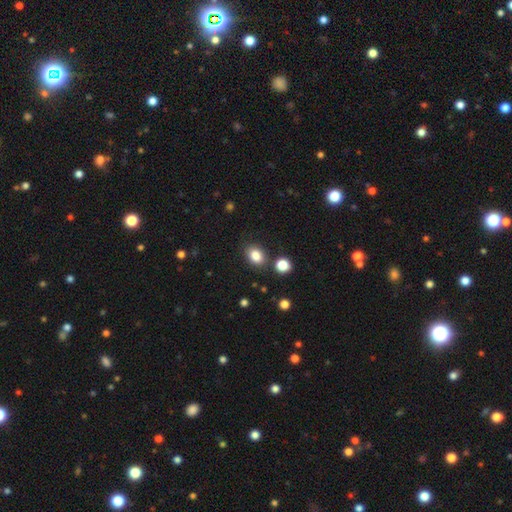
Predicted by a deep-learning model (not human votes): This is clearly a smooth galaxy (85%). How rounded: likely in between (69%). Merging: likely none (78%).